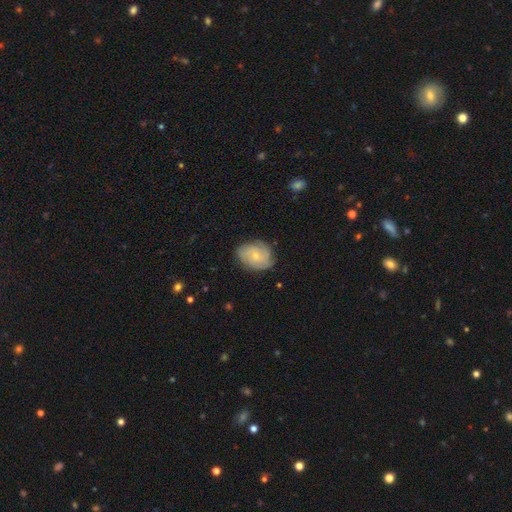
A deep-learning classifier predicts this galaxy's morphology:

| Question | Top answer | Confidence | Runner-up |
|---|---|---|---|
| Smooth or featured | featured or disk | 54% | smooth (38%) |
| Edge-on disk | no | 97% | yes (3%) |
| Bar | no | 79% | weak (18%) |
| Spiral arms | yes | 86% | no (14%) |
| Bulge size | small | 73% | moderate (22%) |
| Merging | none | 74% | minor disturbance (20%) |